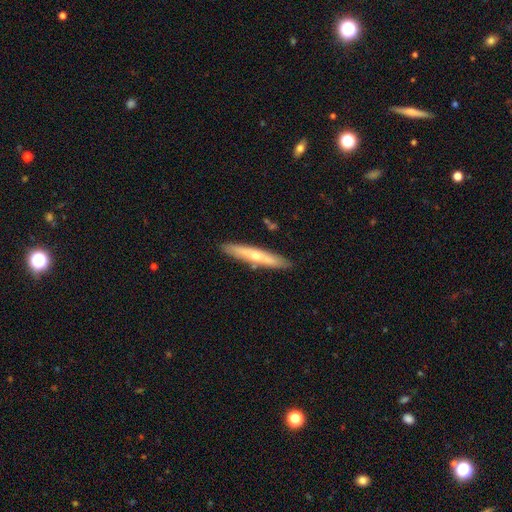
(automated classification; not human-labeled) smooth_or_featured: featured or disk (p=0.48) [alt: smooth p=0.46]
merging: none (p=0.86) [alt: minor disturbance p=0.09]